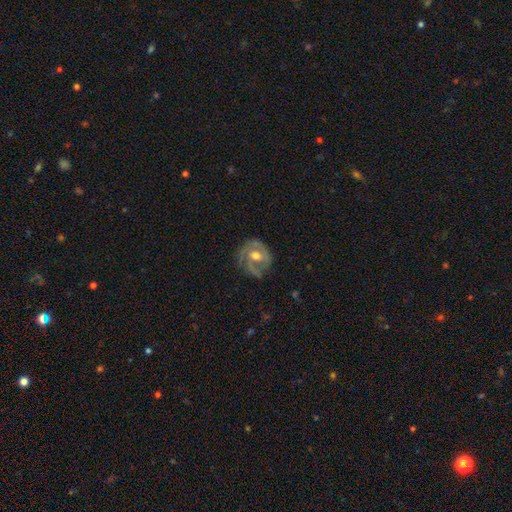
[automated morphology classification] A featured or disk galaxy (77%) with no bar (52%), 2 (44%) tight (46%) spiral arms (87%) and a moderate central bulge (75%). Merging: none (65%).